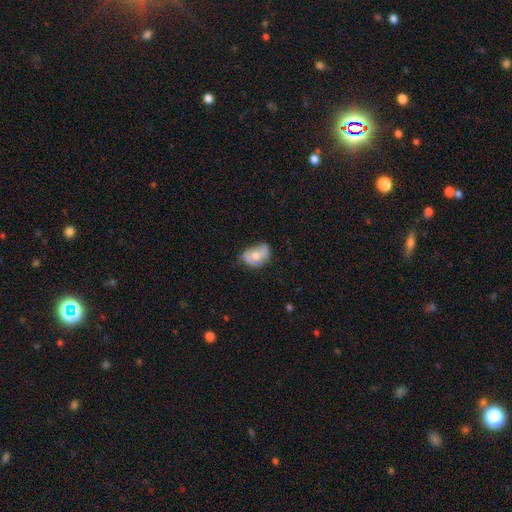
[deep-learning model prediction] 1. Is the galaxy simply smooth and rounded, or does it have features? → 51% smooth, 41% featured or disk, 8% star or artifact.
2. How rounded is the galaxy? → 76% in between, 23% round, 1% cigar-shaped.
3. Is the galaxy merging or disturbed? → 48% none, 36% minor disturbance, 13% major disturbance, 3% merger.